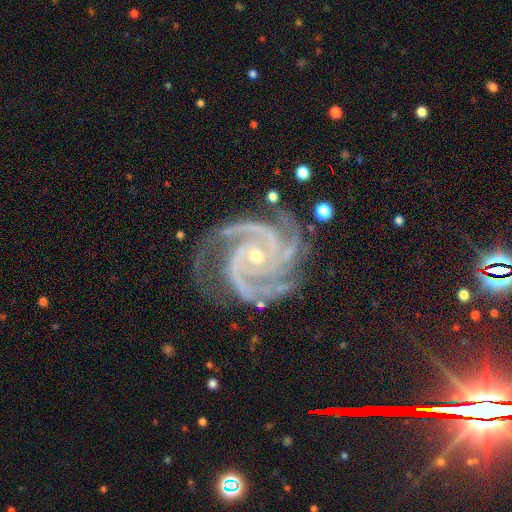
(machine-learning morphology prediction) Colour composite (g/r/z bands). It shows a featured or disk galaxy (94%) with no bar (67%), 3 (47%) tight (70%) spiral arms (99%) and a small central bulge (65%). Merging: none (73%).